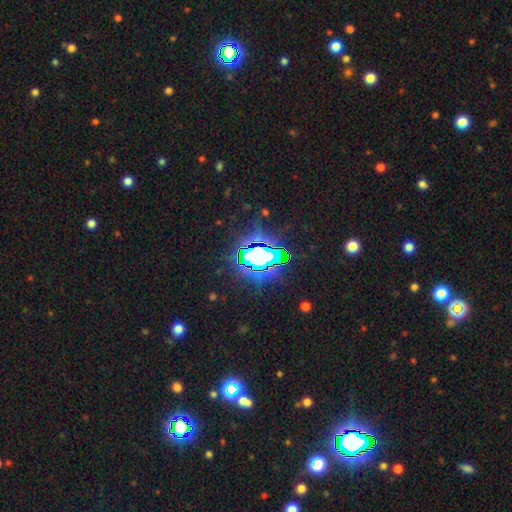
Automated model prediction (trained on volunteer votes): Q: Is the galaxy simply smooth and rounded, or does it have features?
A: star or artifact — 72%.